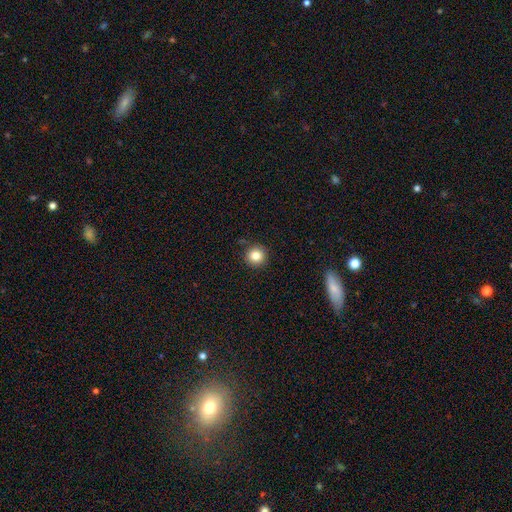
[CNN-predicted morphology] Smooth or featured? smooth (83%)
How rounded? round (94%)
Merging? none (89%)